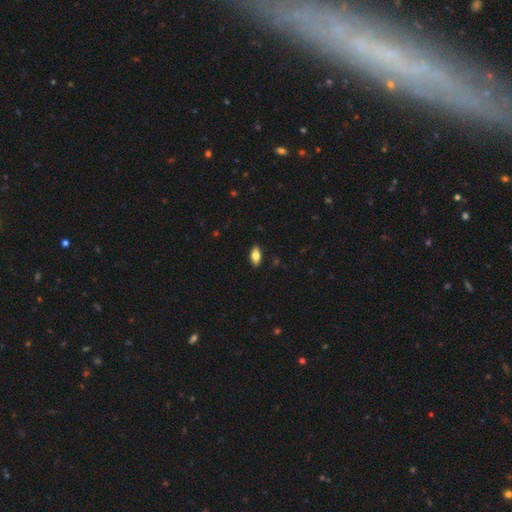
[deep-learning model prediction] smooth_or_featured: smooth (p=0.80) [alt: featured or disk p=0.13]
how_rounded: in between (p=0.90) [alt: cigar-shaped p=0.07]
merging: none (p=0.89) [alt: minor disturbance p=0.09]